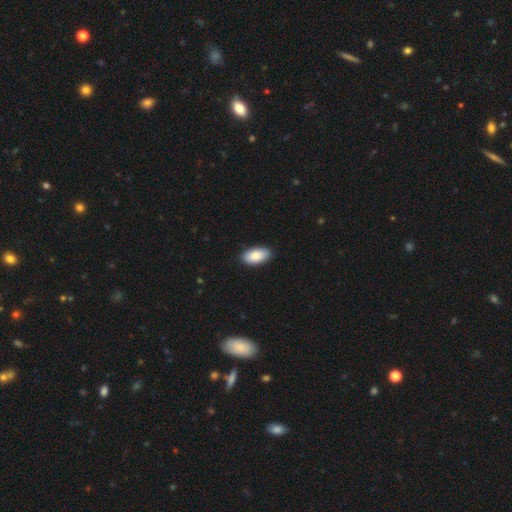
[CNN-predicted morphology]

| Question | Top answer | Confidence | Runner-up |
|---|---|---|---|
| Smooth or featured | smooth | 82% | featured or disk (11%) |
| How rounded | in between | 94% | round (3%) |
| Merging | none | 90% | minor disturbance (8%) |